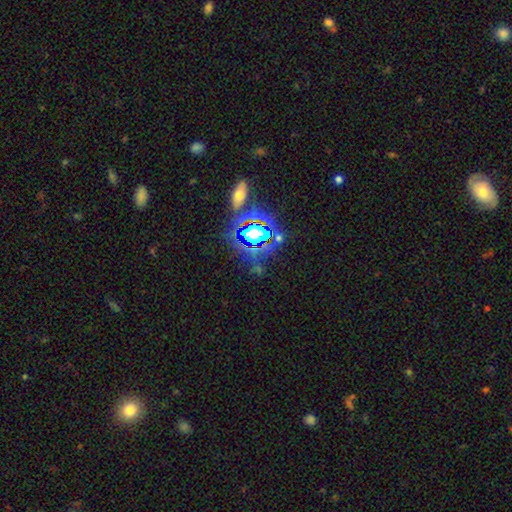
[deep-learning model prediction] star or artifact 78%, smooth 13%, featured or disk 9%.